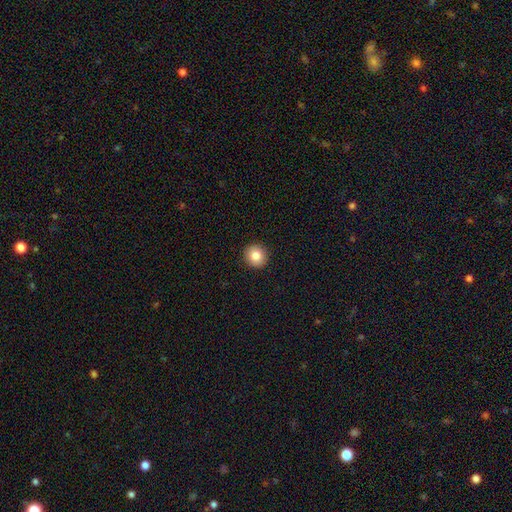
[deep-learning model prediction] Morphology: type=smooth (84%); roundness=round (92%); merging=none (93%).